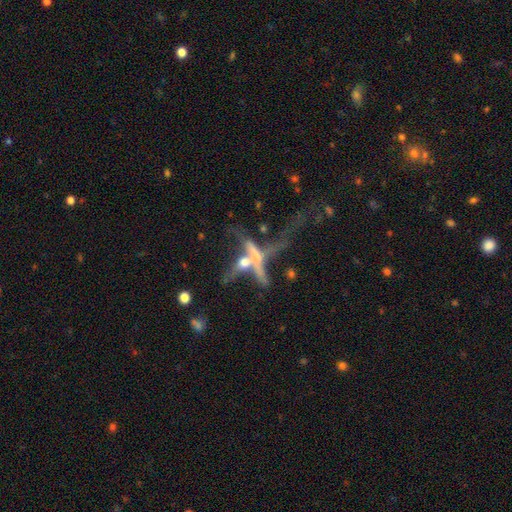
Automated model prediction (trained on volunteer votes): A featured or disk galaxy (58%) viewed edge-on (56%). Merging: merger (55%).